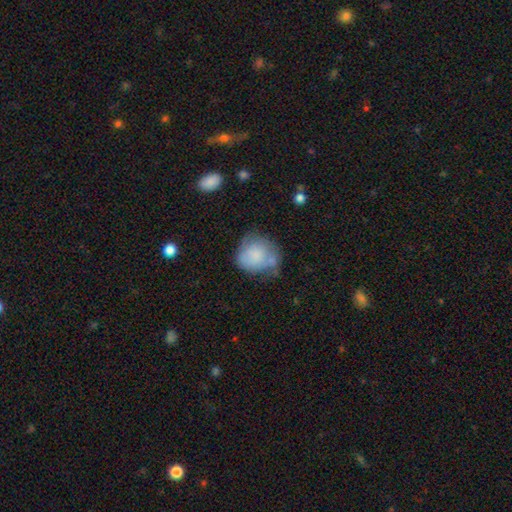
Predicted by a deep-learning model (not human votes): The model was most divided on "merging": none: 37%, minor disturbance: 34%, major disturbance: 16%, merger: 13%. More confident: smooth or featured — smooth (72%); how rounded — round (69%).